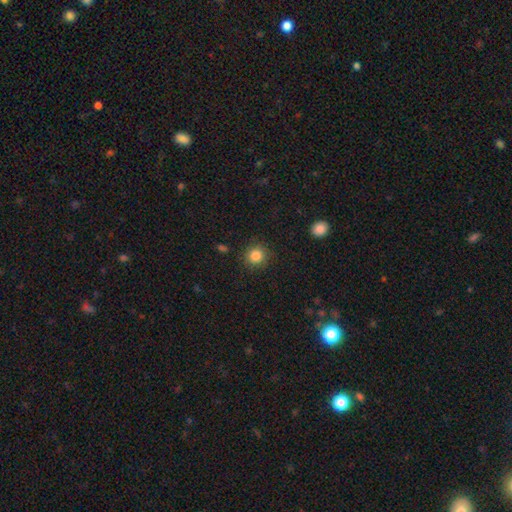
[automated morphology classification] smooth 85%, star or artifact 10%, featured or disk 5%. Down the decision tree: how rounded — round (90%); merging — none (88%).